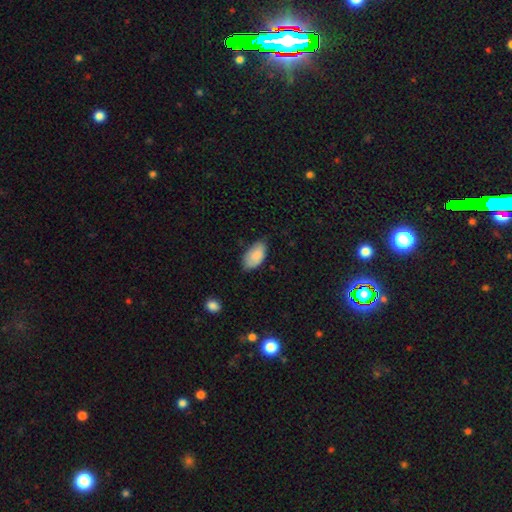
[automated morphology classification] smooth 87%, featured or disk 7%, star or artifact 6%. Down the decision tree: how rounded — in between (95%); merging — none (67%).